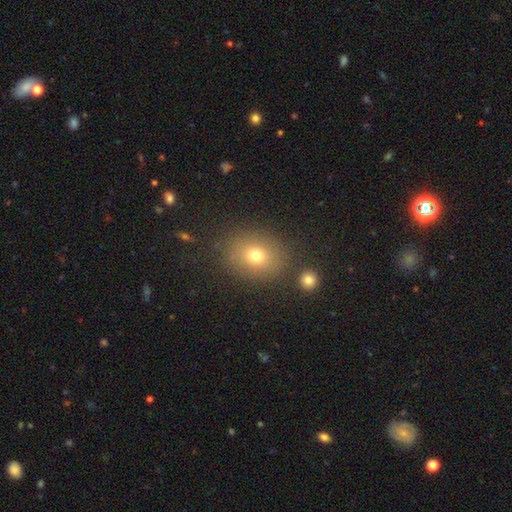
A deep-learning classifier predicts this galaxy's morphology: Q: Smooth or featured?
A: smooth (72%); runner-up: star or artifact (15%)
Q: How rounded?
A: round (54%); runner-up: in between (45%)
Q: Merging?
A: none (81%); runner-up: minor disturbance (11%)